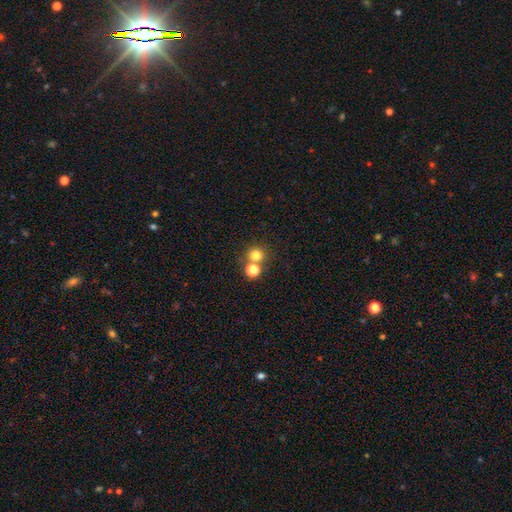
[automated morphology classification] A smooth galaxy with no disk features (76%) that is round (91%).

Vote fractions:
- Smooth or featured? smooth: 76% / star or artifact: 17% / featured or disk: 7%
- How rounded? round: 91% / in between: 8% / cigar-shaped: 1%
- Merging? none: 64% / merger: 27% / minor disturbance: 6% / major disturbance: 3%